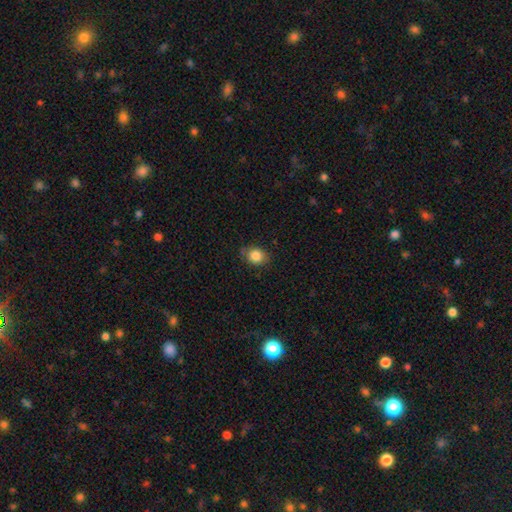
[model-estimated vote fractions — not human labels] Morphology: type=smooth (85%); roundness=round (61%); merging=none (80%).